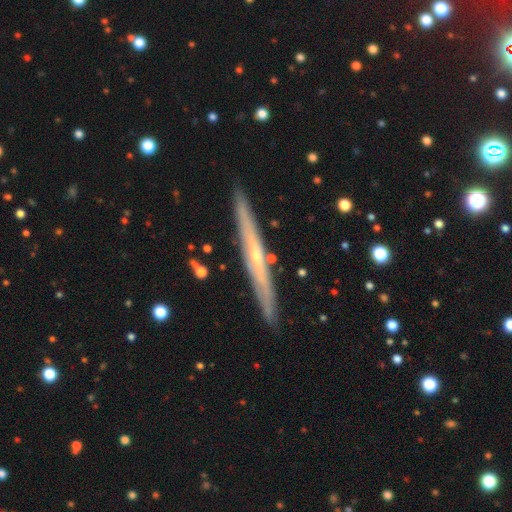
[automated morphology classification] smooth-or-featured: featured or disk: 69% | smooth: 24% | star or artifact: 6%
  disk-edge-on: yes: 96% | no: 4%
    edge-on-bulge: none: 55% | rounded: 42% | boxy: 3%
  merging: none: 90% | minor disturbance: 7% | merger: 2% | major disturbance: 1%